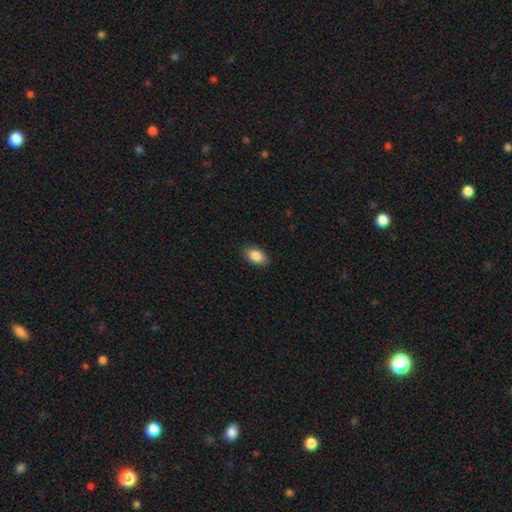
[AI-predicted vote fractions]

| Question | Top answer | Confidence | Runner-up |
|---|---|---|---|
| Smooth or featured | smooth | 87% | star or artifact (7%) |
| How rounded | in between | 90% | round (9%) |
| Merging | none | 86% | minor disturbance (10%) |